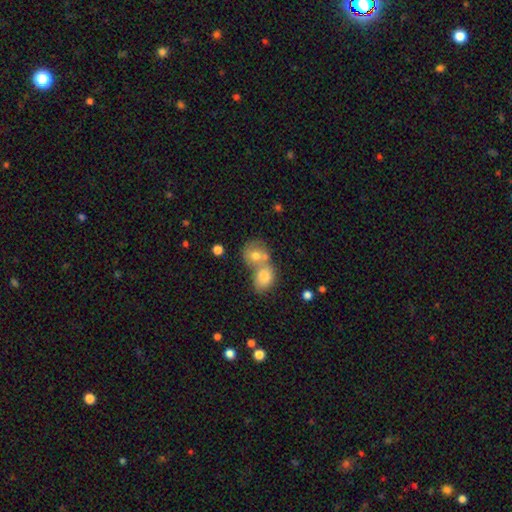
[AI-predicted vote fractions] This is likely a smooth galaxy (69%). How rounded: likely round (62%). Merging: likely merger (65%).